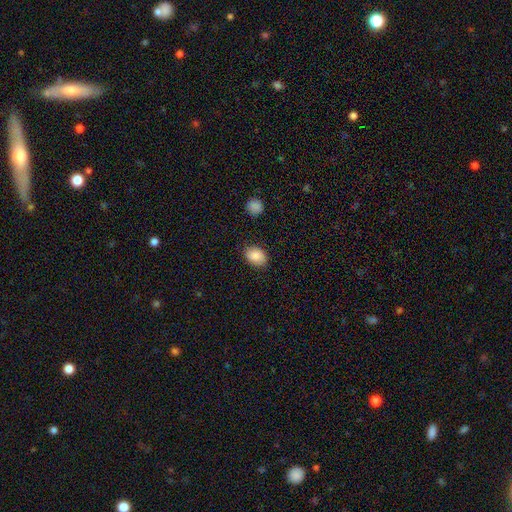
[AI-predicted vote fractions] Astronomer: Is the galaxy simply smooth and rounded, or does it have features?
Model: smooth — 85%.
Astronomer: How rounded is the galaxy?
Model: in between — 75%.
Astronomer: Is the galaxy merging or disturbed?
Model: none — 83%.